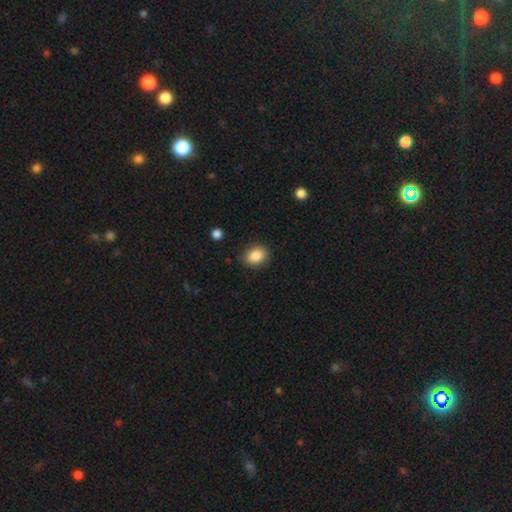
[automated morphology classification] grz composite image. It shows a smooth galaxy with no disk features (87%) that is in between round and cigar-shaped (57%). Merging: none (83%).